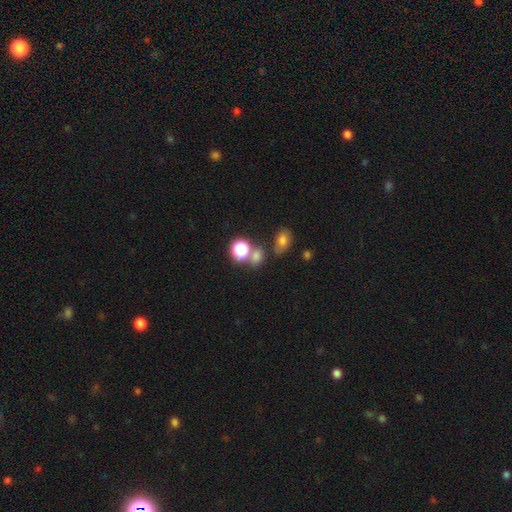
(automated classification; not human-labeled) A smooth galaxy with no disk features (68%) that is round (62%).

Vote fractions:
- Smooth or featured? smooth: 68% / star or artifact: 25% / featured or disk: 7%
- How rounded? round: 62% / in between: 36% / cigar-shaped: 1%
- Merging? none: 55% / merger: 29% / minor disturbance: 11% / major disturbance: 5%